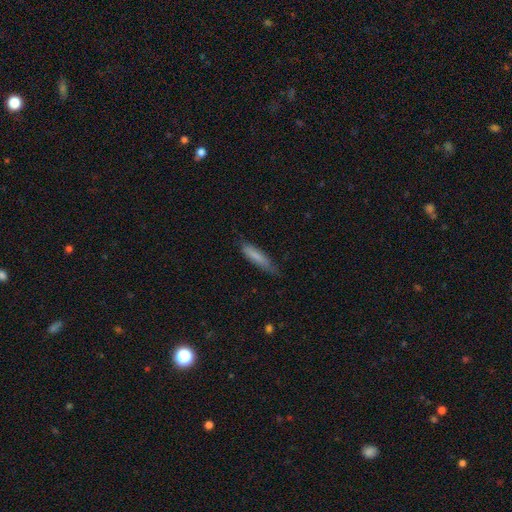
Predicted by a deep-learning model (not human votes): A smooth galaxy with no disk features (77%) that is cigar-shaped (82%). Merging: none (68%).